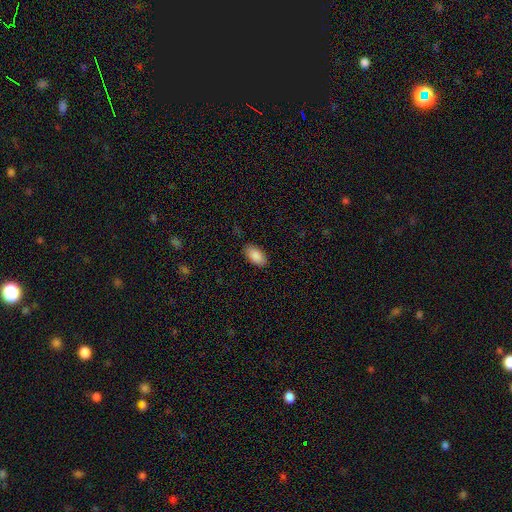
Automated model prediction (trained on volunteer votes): Morphology: type=smooth (88%); roundness=in between (94%); merging=none (86%).